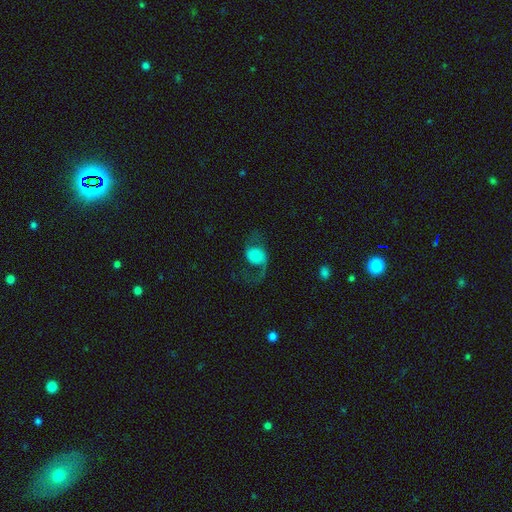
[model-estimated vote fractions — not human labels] smooth_or_featured: featured or disk (p=0.60) [alt: smooth p=0.32]
disk_edge_on: no (p=0.96) [alt: yes p=0.04]
bar: no (p=0.76) [alt: weak p=0.19]
has_spiral_arms: yes (p=0.86) [alt: no p=0.14]
bulge_size: small (p=0.43) [alt: moderate p=0.26]
merging: none (p=0.49) [alt: major disturbance p=0.32]